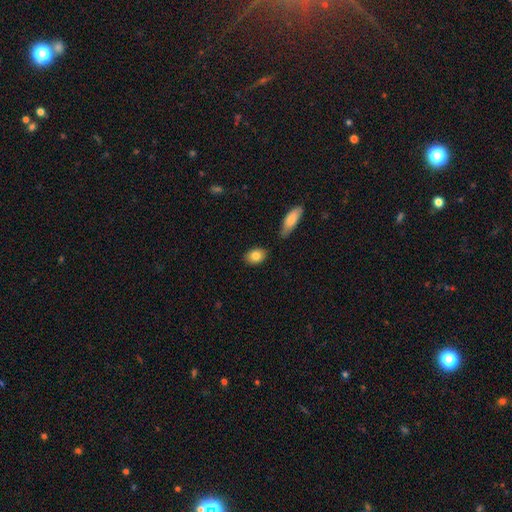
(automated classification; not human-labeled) smooth_or_featured: smooth (p=0.84) [alt: featured or disk p=0.09]
how_rounded: in between (p=0.76) [alt: round p=0.22]
merging: none (p=0.82) [alt: minor disturbance p=0.11]